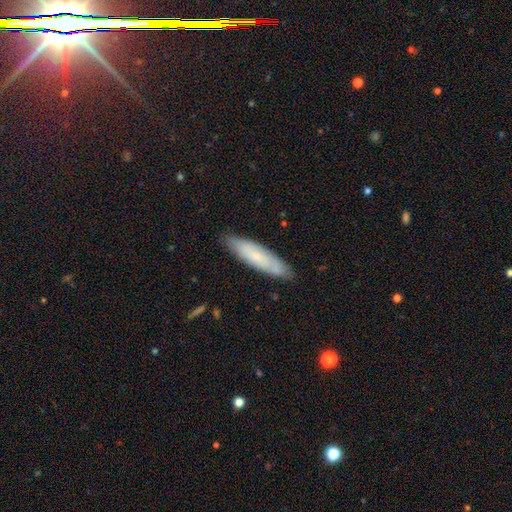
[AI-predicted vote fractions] Smooth or featured? smooth (61%)
How rounded? cigar-shaped (73%)
Merging? none (84%)